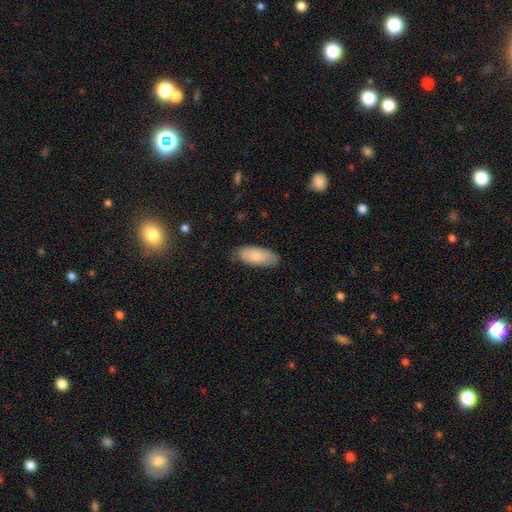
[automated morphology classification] The model was most divided on "merging": none: 77%, minor disturbance: 19%, major disturbance: 3%, merger: 1%. More confident: how rounded — in between (85%); smooth or featured — smooth (80%).